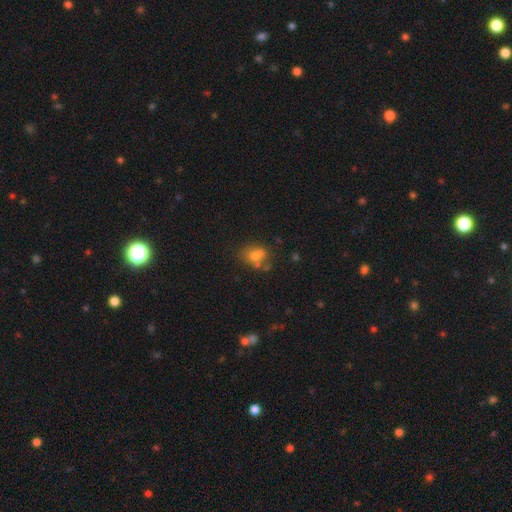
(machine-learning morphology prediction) Smooth or featured? Predicted: smooth (p=0.65). How rounded? Predicted: in between (p=0.55). Merging? Predicted: none (p=0.48).